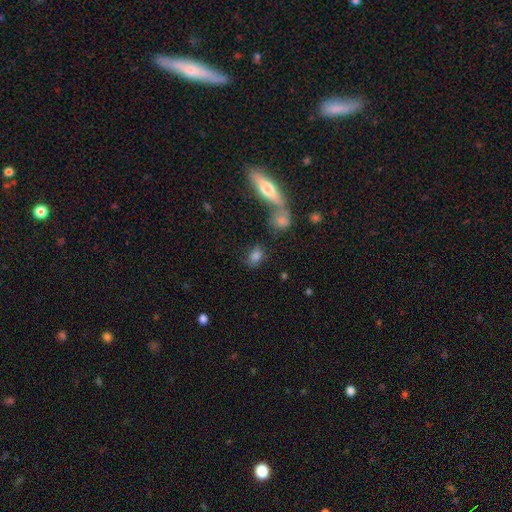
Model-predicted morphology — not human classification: type=smooth (80%); roundness=in between (77%); merging=none (65%).